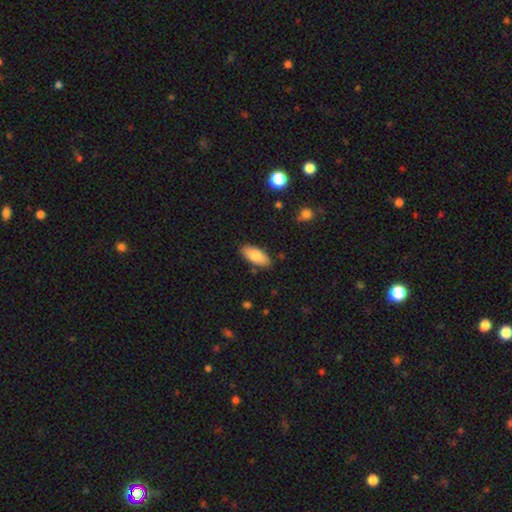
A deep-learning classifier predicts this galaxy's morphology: The model was most divided on "smooth or featured": smooth: 81%, featured or disk: 13%, star or artifact: 6%. More confident: how rounded — in between (88%); merging — none (86%).